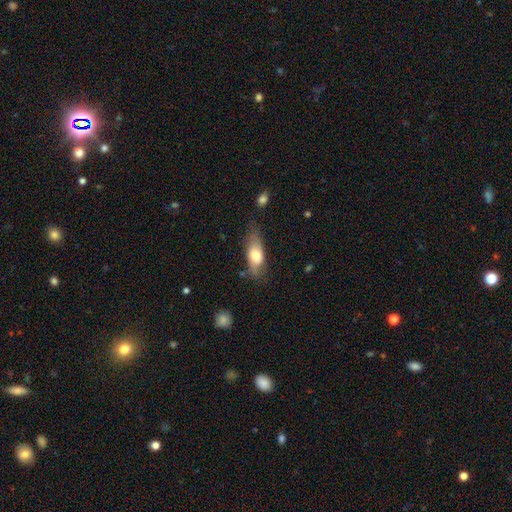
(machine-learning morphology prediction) This is likely a smooth galaxy (66%). How rounded: likely in between (77%). Merging: possibly none (60%).